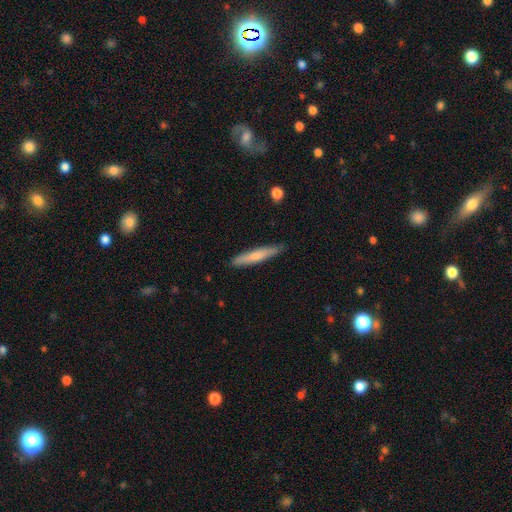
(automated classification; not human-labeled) Overall: smooth (67%; featured or disk 27%). How rounded: cigar-shaped (92%). Merging: none (88%).